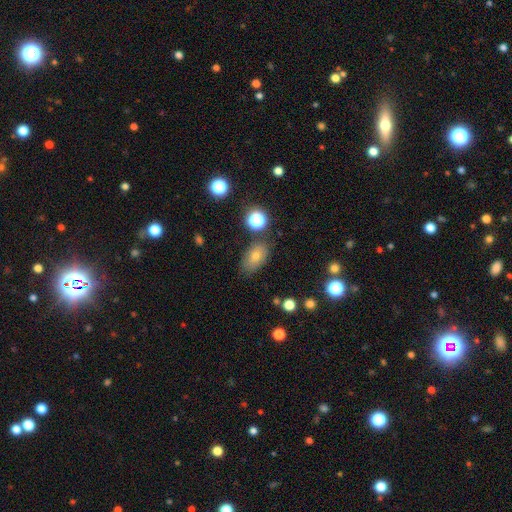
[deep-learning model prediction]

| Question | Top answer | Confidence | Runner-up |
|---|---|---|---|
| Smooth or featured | smooth | 71% | featured or disk (15%) |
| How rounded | in between | 86% | round (11%) |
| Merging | none | 78% | minor disturbance (14%) |